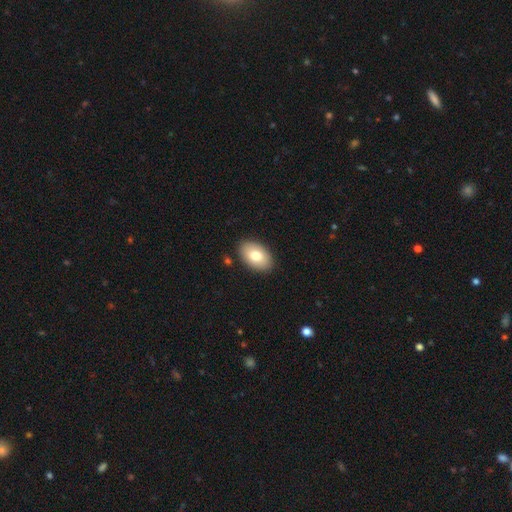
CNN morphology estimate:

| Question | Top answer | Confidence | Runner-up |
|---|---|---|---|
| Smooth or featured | smooth | 78% | featured or disk (15%) |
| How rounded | in between | 92% | round (7%) |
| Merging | none | 88% | minor disturbance (8%) |